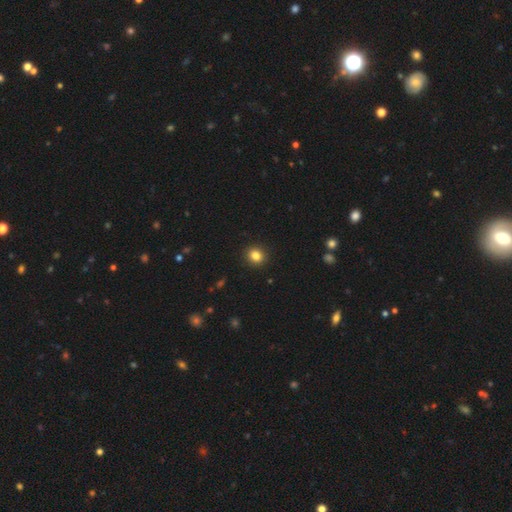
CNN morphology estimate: This appears to be a smooth galaxy with no disk features (84%) that is round (83%). Merging: none (92%).